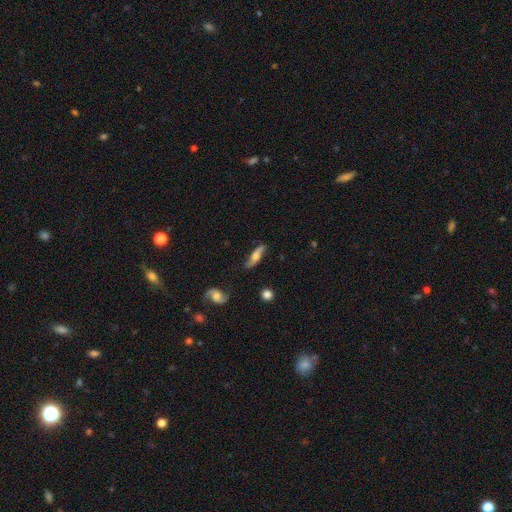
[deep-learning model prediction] Smooth or featured?
  - featured or disk: 59% *
  - smooth: 35%
  - star or artifact: 7%
Edge-on disk?
  - yes: 54% *
  - no: 46%
Merging?
  - none: 74% *
  - minor disturbance: 18%
  - major disturbance: 5%
  - merger: 3%